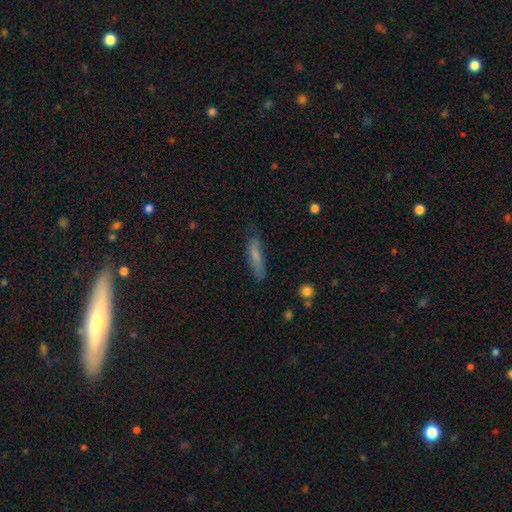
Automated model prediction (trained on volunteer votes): smooth-or-featured: smooth: 70% | featured or disk: 22% | star or artifact: 8%
  how-rounded: cigar-shaped: 76% | in between: 22% | round: 2%
  merging: none: 75% | minor disturbance: 19% | major disturbance: 4% | merger: 2%